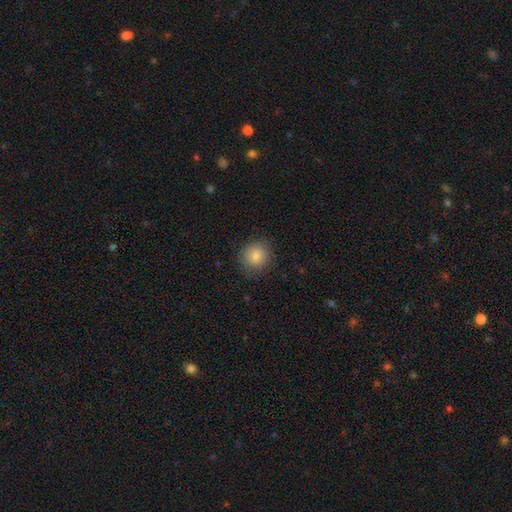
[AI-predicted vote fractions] Overall: smooth (79%). How rounded: round (87%). Merging: none (84%).